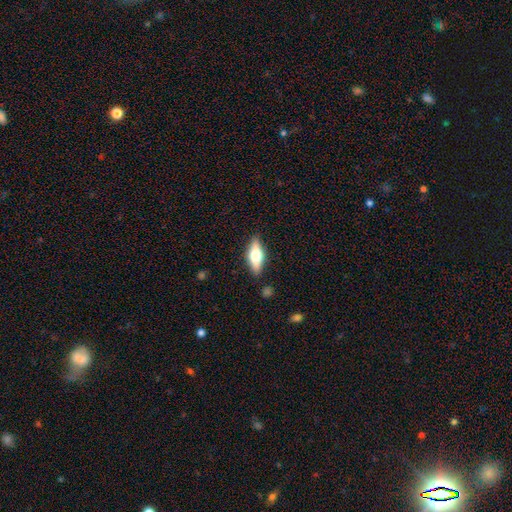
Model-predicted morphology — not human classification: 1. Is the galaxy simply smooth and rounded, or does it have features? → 49% smooth, 44% featured or disk, 7% star or artifact.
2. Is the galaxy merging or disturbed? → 86% none, 10% minor disturbance, 2% major disturbance, 2% merger.